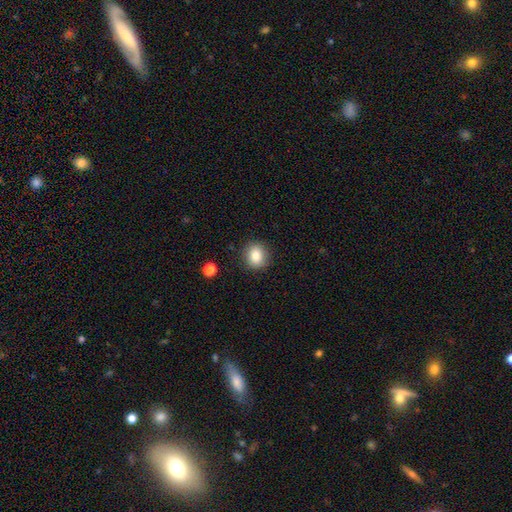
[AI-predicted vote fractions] A smooth galaxy with no disk features (84%) that is round (72%). Merging: none (88%).